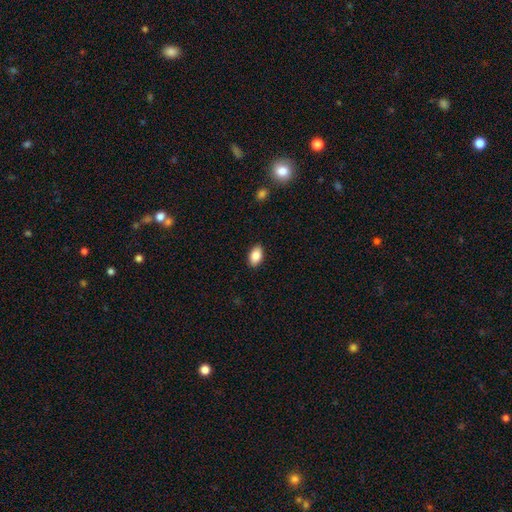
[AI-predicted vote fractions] smooth_or_featured: smooth (p=0.87) [alt: star or artifact p=0.07]
how_rounded: in between (p=0.92) [alt: round p=0.06]
merging: none (p=0.89) [alt: minor disturbance p=0.08]